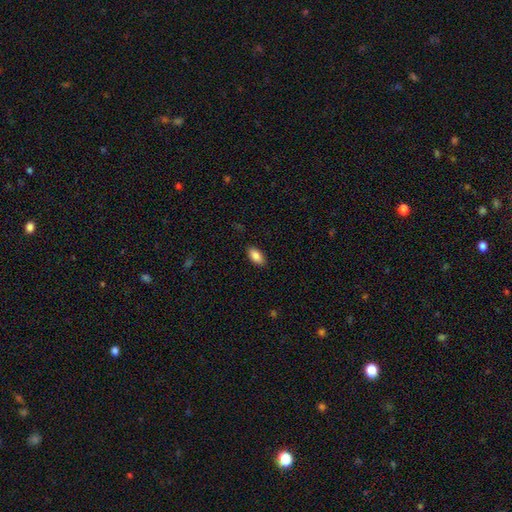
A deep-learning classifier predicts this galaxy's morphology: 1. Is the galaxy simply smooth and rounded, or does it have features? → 87% smooth, 7% star or artifact, 6% featured or disk.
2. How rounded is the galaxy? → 92% in between, 5% cigar-shaped, 3% round.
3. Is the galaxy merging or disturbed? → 88% none, 9% minor disturbance, 2% major disturbance, 1% merger.